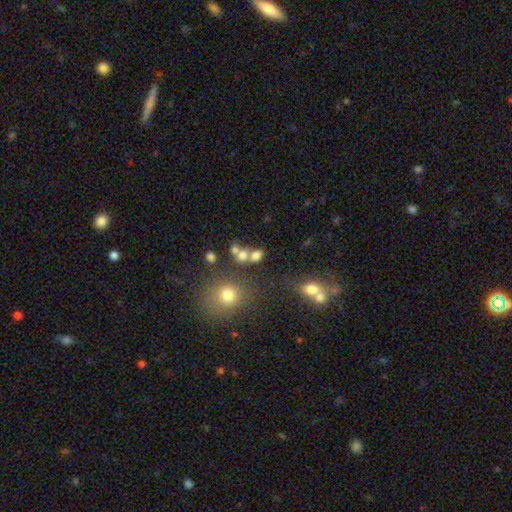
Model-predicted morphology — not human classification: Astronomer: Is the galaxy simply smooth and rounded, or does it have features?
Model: smooth — 69%.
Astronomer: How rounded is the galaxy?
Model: in between — 58% (runner-up: round, 40%).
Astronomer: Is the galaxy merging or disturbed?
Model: merger — 47% (runner-up: none, 36%).